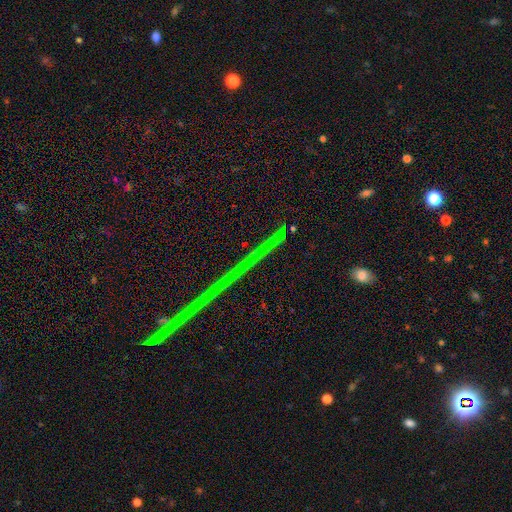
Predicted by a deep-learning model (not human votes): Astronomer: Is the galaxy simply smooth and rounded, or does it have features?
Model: star or artifact — 74%.